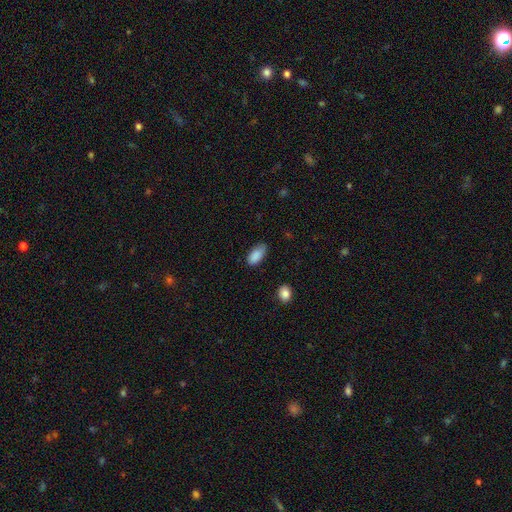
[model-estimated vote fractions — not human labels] Q: Smooth or featured?
A: smooth (88%); runner-up: star or artifact (8%)
Q: How rounded?
A: in between (94%); runner-up: round (3%)
Q: Merging?
A: none (67%); runner-up: minor disturbance (26%)